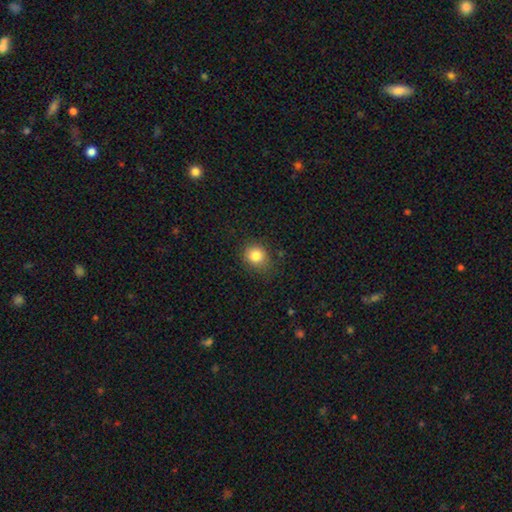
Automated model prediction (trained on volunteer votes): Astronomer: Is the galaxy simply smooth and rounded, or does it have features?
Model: smooth — 83%.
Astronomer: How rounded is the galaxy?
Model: round — 77%.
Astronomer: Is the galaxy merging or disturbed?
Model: none — 79%.